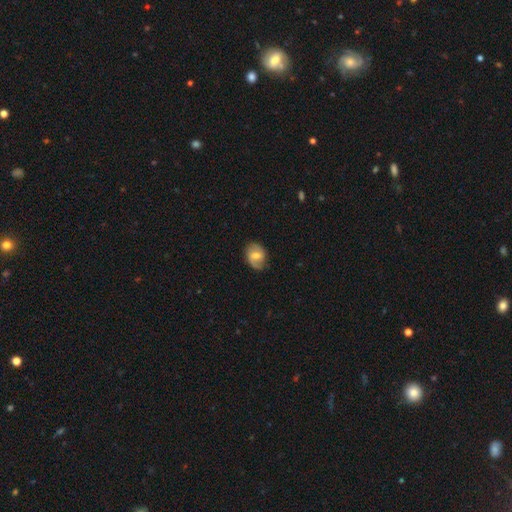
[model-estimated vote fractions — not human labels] Smooth or featured: featured or disk — 52% (smooth — 40%)
Edge-on disk: no — 96% (yes — 4%)
Bar: weak — 50% (no — 35%)
Spiral arms: yes — 81% (no — 19%)
Bulge size: moderate — 63% (small — 29%)
Merging: none — 73% (minor disturbance — 20%)